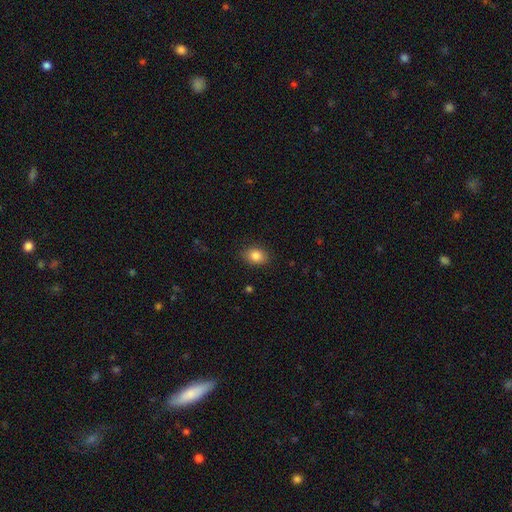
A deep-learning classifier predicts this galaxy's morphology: smooth_or_featured: smooth (p=0.86) [alt: star or artifact p=0.09]
how_rounded: in between (p=0.69) [alt: round p=0.30]
merging: none (p=0.87) [alt: minor disturbance p=0.10]